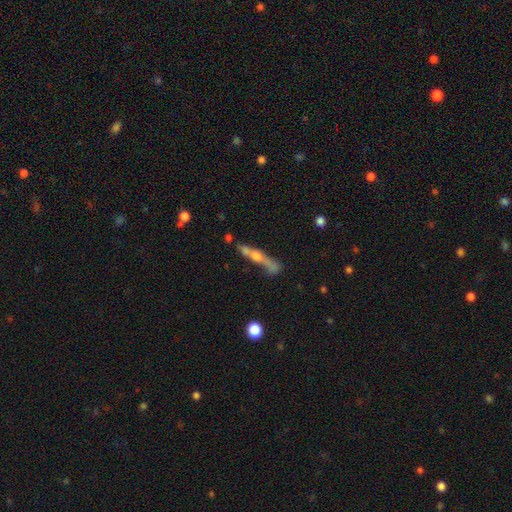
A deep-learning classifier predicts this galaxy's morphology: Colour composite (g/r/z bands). It shows a featured or disk galaxy (56%) viewed edge-on (78%). Merging: none (46%).